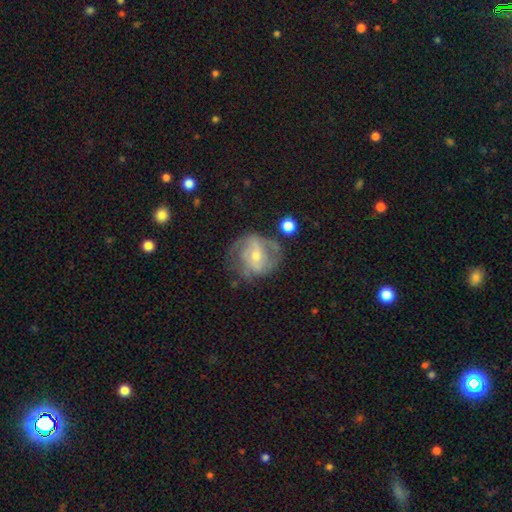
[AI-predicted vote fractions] Q: Smooth or featured?
A: featured or disk (71%); runner-up: smooth (22%)
Q: Edge-on disk?
A: no (97%); runner-up: yes (3%)
Q: Bar?
A: weak (41%); runner-up: no (40%)
Q: Spiral arms?
A: yes (78%); runner-up: no (22%)
Q: Spiral winding?
A: medium (44%); runner-up: tight (34%)
Q: Spiral arm count?
A: 2 (46%); runner-up: can't tell (29%)
Q: Bulge size?
A: small (49%); runner-up: moderate (47%)
Q: Merging?
A: none (52%); runner-up: minor disturbance (24%)